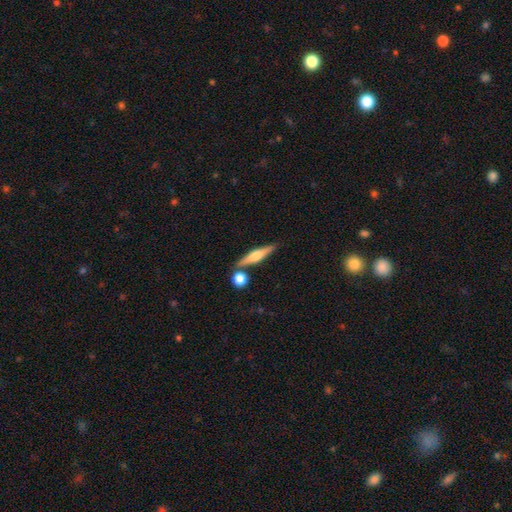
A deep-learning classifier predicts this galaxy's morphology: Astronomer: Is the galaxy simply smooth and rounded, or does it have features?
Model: featured or disk — 52% (runner-up: smooth, 41%).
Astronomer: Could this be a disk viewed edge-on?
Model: yes — 96%.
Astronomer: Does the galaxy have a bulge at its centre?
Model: rounded — 79%.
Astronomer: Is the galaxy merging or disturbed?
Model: none — 78%.